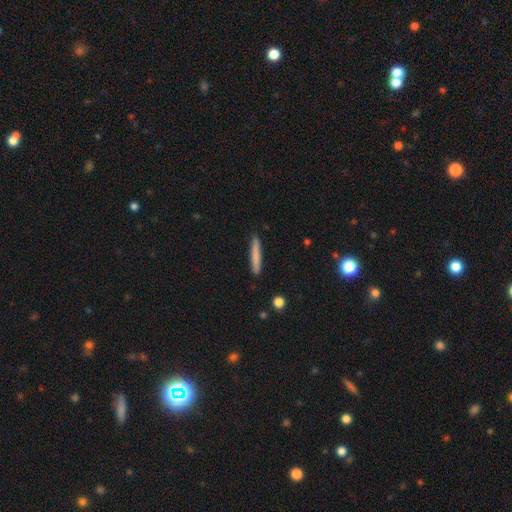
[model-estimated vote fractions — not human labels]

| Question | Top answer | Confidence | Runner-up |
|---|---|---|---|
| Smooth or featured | smooth | 77% | featured or disk (17%) |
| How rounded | cigar-shaped | 95% | in between (4%) |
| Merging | none | 90% | minor disturbance (8%) |